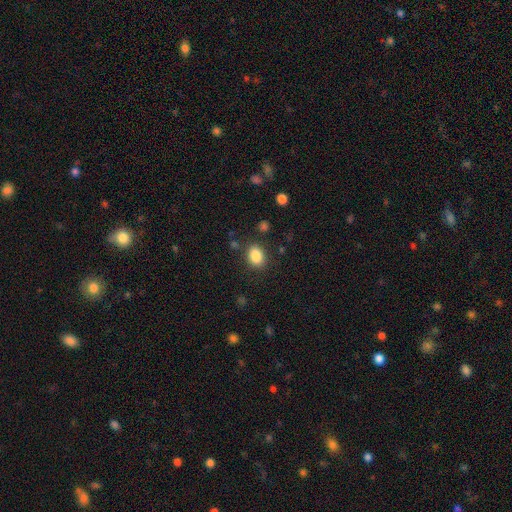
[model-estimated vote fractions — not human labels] Q: Smooth or featured?
A: smooth (87%); runner-up: star or artifact (9%)
Q: How rounded?
A: in between (69%); runner-up: round (30%)
Q: Merging?
A: none (84%); runner-up: minor disturbance (10%)